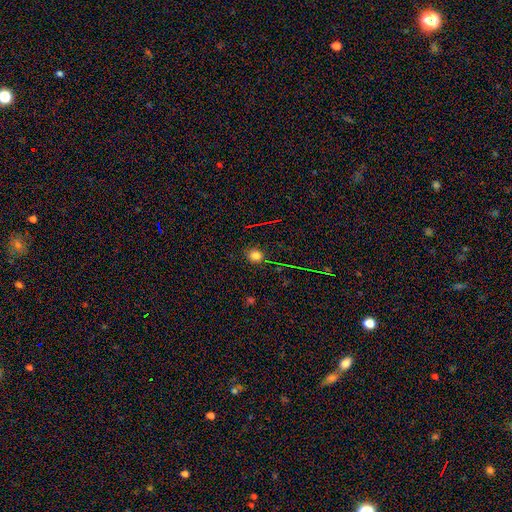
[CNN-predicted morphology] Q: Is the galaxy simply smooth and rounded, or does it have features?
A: smooth — 76%.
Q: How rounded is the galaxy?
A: round — 80%.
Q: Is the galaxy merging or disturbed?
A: none — 86%.